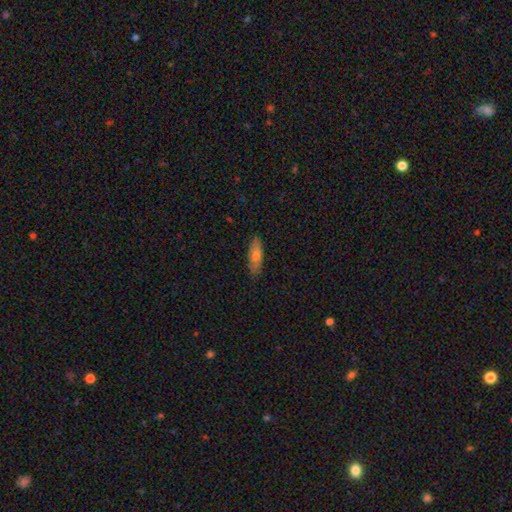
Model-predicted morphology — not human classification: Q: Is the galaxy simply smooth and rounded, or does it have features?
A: smooth — 66%.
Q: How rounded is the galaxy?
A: in between — 51%.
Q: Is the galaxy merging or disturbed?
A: none — 86%.